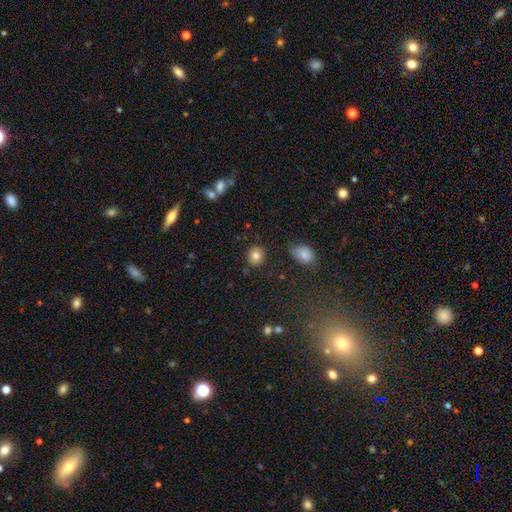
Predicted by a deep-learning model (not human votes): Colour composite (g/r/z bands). It shows a smooth galaxy with no disk features (81%) that is round (72%). Merging: none (84%).